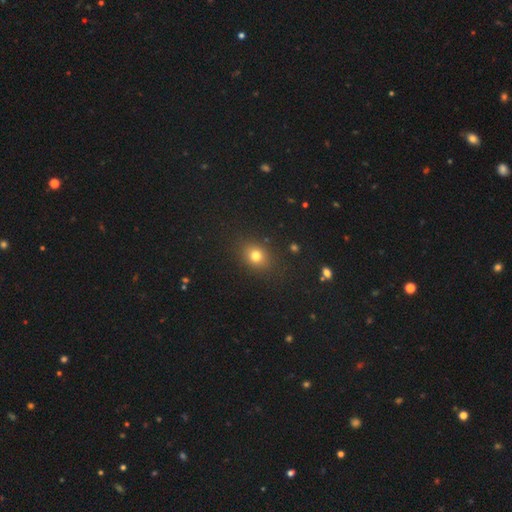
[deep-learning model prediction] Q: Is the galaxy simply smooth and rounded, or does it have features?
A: smooth — 77%.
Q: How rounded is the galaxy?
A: round — 61%.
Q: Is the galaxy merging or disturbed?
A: none — 86%.